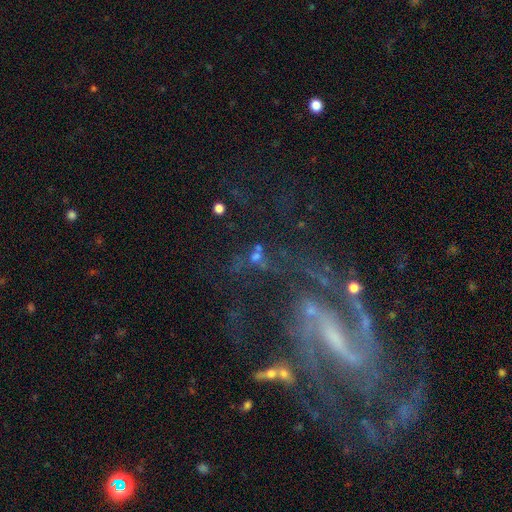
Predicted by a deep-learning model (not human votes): Morphology: type=star or artifact (43%).